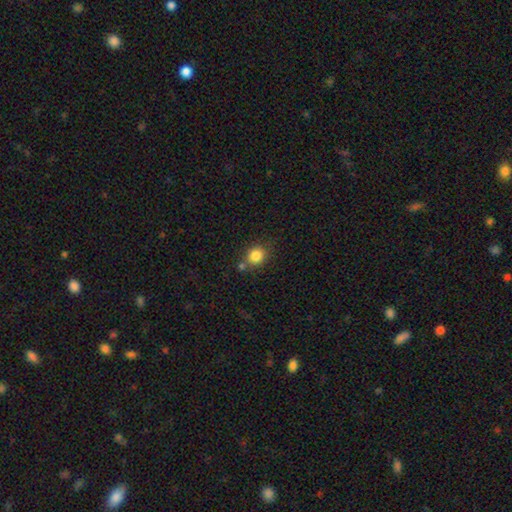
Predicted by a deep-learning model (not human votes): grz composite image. It shows a smooth galaxy with no disk features (84%) that is round (79%). Merging: none (68%).